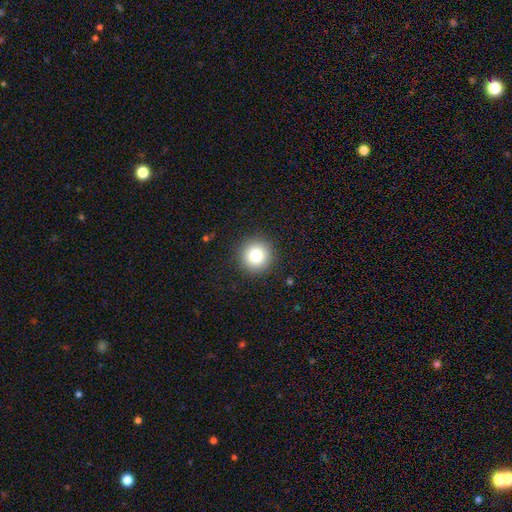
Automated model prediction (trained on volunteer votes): smooth-or-featured: smooth: 80% | star or artifact: 11% | featured or disk: 9%
  how-rounded: round: 96% | in between: 4% | cigar-shaped: 1%
  merging: none: 92% | minor disturbance: 5% | major disturbance: 2% | merger: 1%